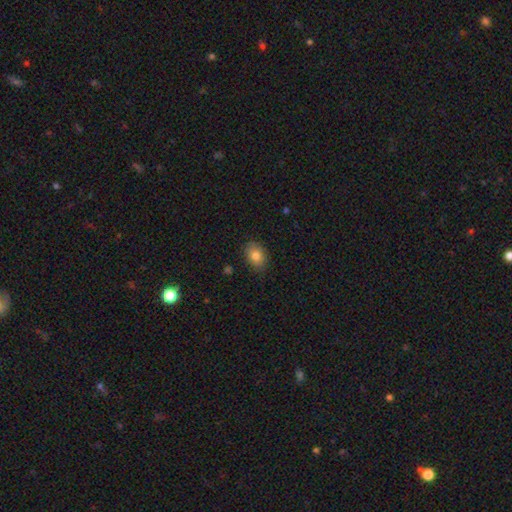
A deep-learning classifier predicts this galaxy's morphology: smooth_or_featured: smooth (p=0.81) [alt: featured or disk p=0.10]
how_rounded: in between (p=0.75) [alt: round p=0.24]
merging: none (p=0.83) [alt: minor disturbance p=0.13]